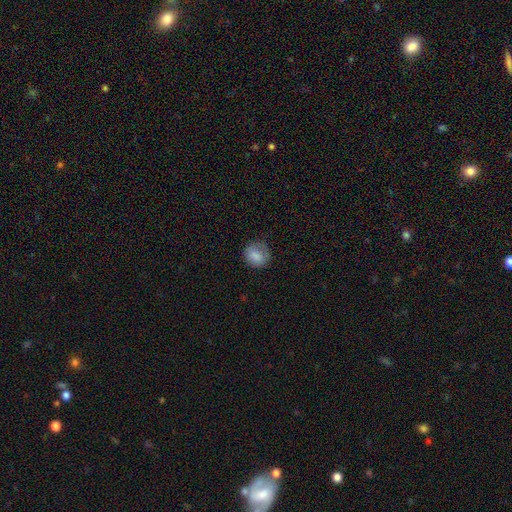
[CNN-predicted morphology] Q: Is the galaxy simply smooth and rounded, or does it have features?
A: smooth — 81%.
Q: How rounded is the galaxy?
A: round — 75%.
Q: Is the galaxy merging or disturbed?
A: none — 70%.